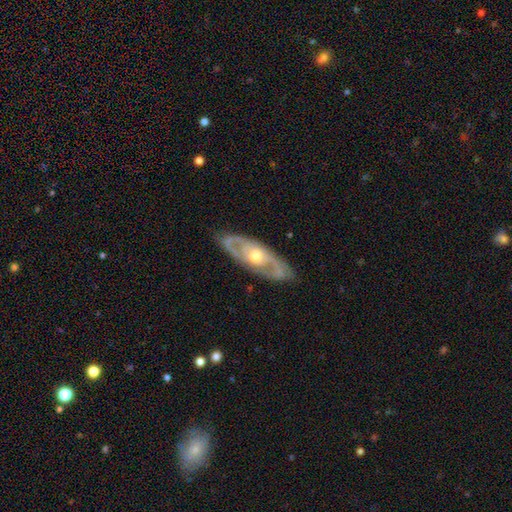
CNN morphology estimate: Smooth or featured?
  - featured or disk: 81% *
  - smooth: 15%
  - star or artifact: 4%
Edge-on disk?
  - no: 81% *
  - yes: 19%
Bar?
  - no: 74% *
  - weak: 21%
  - strong: 6%
Spiral arms?
  - yes: 74% *
  - no: 26%
Bulge size?
  - moderate: 72% *
  - small: 18%
  - large: 8%
  - none: 1%
  - dominant: 1%
Merging?
  - none: 84% *
  - minor disturbance: 12%
  - major disturbance: 3%
  - merger: 1%